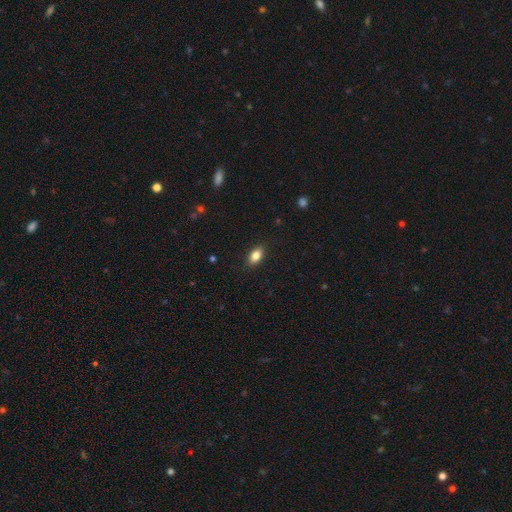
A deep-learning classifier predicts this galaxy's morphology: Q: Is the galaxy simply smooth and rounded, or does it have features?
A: smooth — 84%.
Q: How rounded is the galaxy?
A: in between — 89%.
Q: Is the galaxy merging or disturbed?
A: none — 88%.